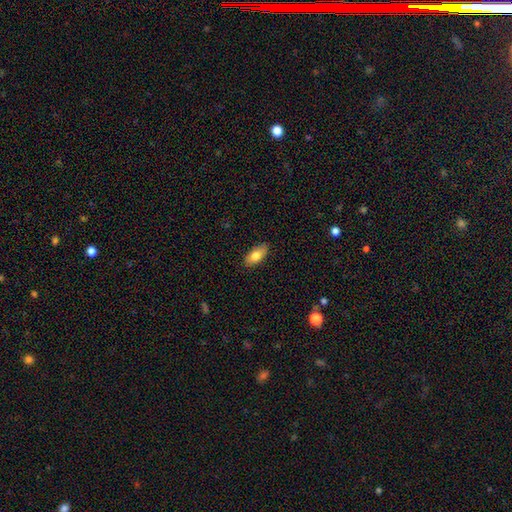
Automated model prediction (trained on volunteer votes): This is likely a smooth galaxy (78%). How rounded: clearly in between (87%). Merging: clearly none (86%).